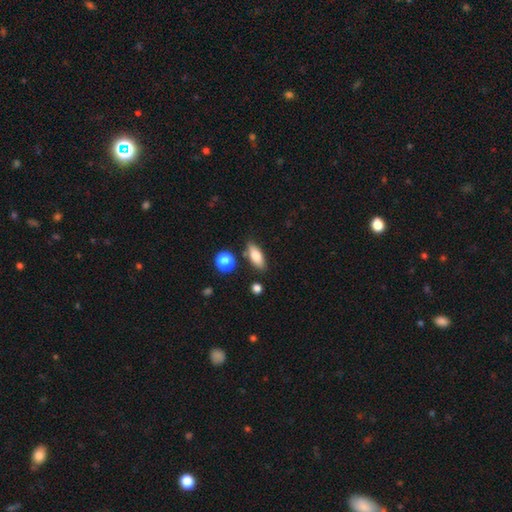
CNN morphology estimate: Smooth or featured? smooth (78%)
How rounded? in between (72%)
Merging? none (80%)